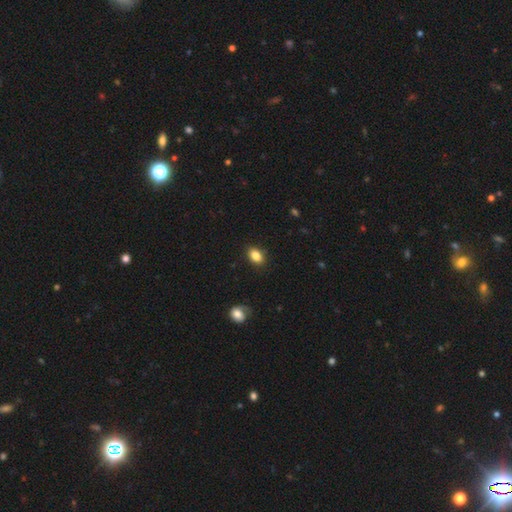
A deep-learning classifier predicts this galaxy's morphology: type=smooth (85%); roundness=in between (82%); merging=none (88%).